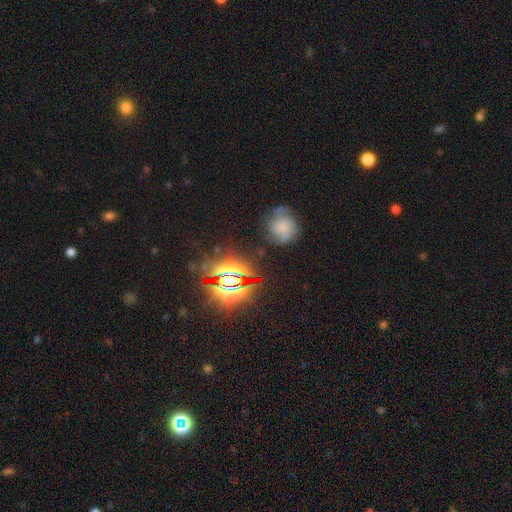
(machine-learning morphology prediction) Smooth or featured?
  - star or artifact: 52% *
  - featured or disk: 30%
  - smooth: 18%